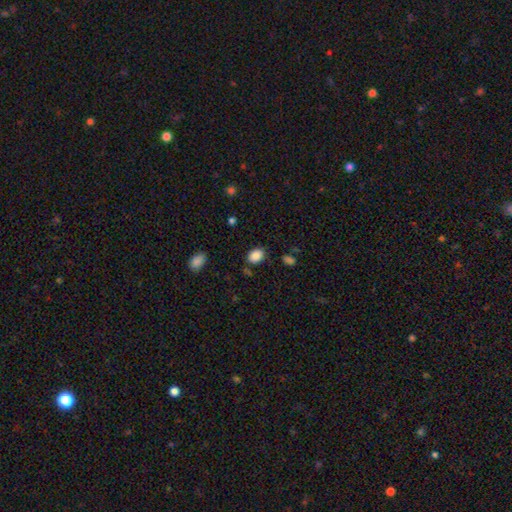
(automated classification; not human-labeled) Smooth or featured? smooth (87%)
How rounded? in between (76%)
Merging? none (79%)